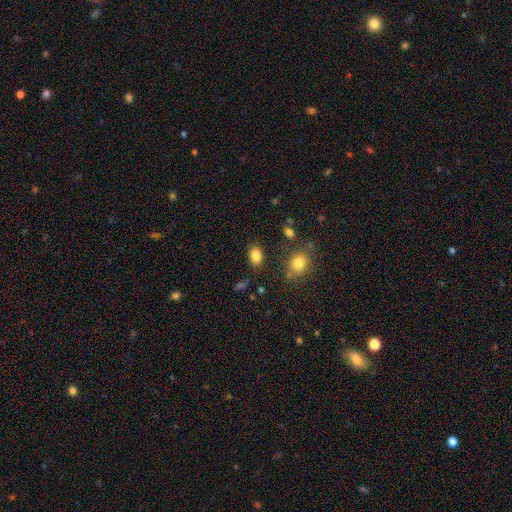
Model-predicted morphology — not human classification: Smooth or featured?
  - smooth: 84% *
  - star or artifact: 10%
  - featured or disk: 6%
How rounded?
  - in between: 78% *
  - round: 21%
  - cigar-shaped: 1%
Merging?
  - none: 82% *
  - minor disturbance: 12%
  - major disturbance: 3%
  - merger: 3%